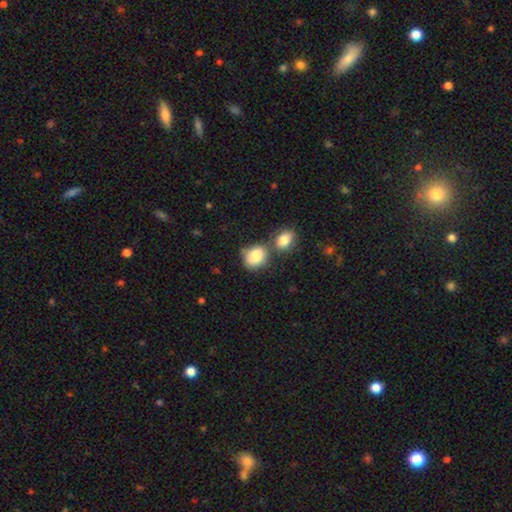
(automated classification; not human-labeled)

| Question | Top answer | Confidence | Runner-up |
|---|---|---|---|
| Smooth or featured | smooth | 84% | featured or disk (8%) |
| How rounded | round | 51% | in between (48%) |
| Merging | none | 49% | merger (33%) |